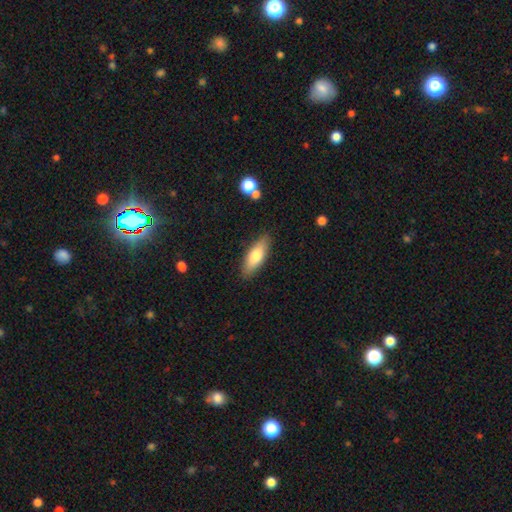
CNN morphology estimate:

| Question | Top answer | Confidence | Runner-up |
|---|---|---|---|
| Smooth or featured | smooth | 72% | featured or disk (22%) |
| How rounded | in between | 61% | cigar-shaped (37%) |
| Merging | none | 86% | minor disturbance (10%) |